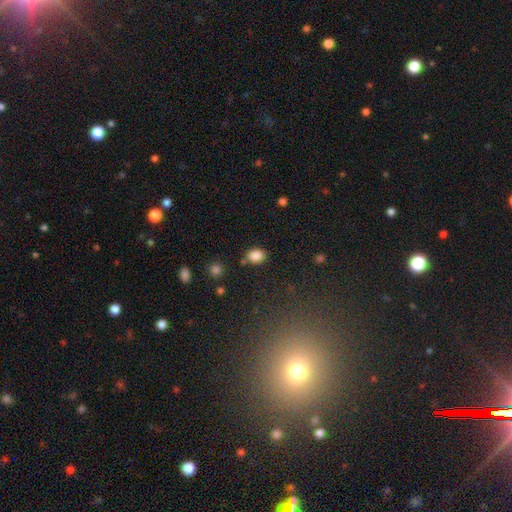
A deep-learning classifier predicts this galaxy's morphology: Q: Smooth or featured?
A: smooth (86%); runner-up: star or artifact (10%)
Q: How rounded?
A: in between (55%); runner-up: round (44%)
Q: Merging?
A: none (76%); runner-up: minor disturbance (14%)